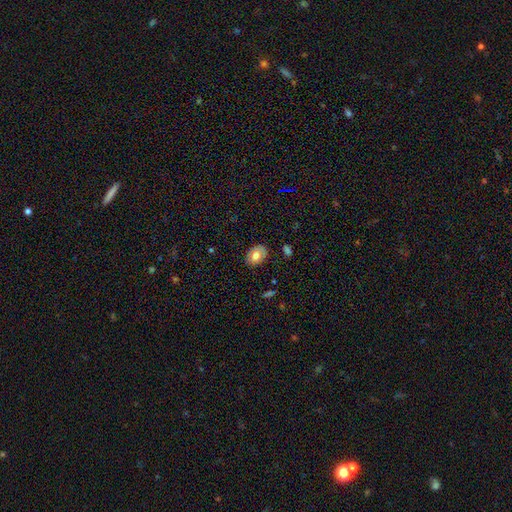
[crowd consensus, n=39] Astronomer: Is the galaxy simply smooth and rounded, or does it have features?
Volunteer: smooth — 62%.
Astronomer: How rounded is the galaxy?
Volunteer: in between — 67%.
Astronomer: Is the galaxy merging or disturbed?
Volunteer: none — 86%.